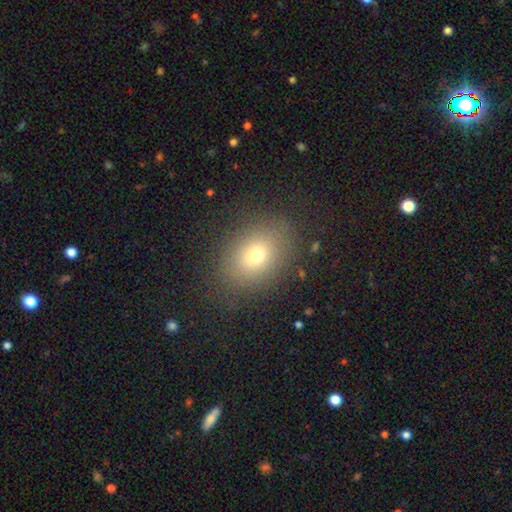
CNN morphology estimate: The model was most divided on "how rounded": in between: 65%, round: 33%, cigar-shaped: 1%. More confident: merging — none (82%); smooth or featured — smooth (70%).